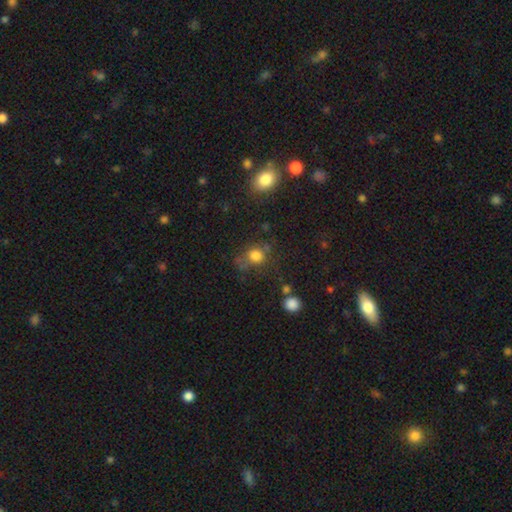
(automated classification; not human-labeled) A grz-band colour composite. It shows a smooth galaxy with no disk features (75%) that is round (77%). Merging: none (61%).